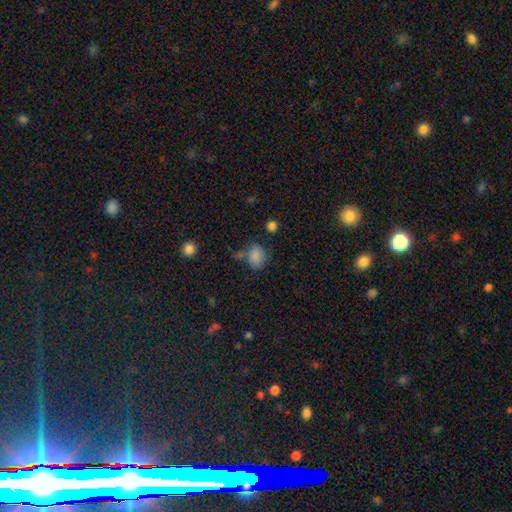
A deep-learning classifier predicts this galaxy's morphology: The model was most divided on "how rounded": round: 58%, in between: 41%, cigar-shaped: 1%. More confident: smooth or featured — smooth (83%); merging — none (64%).